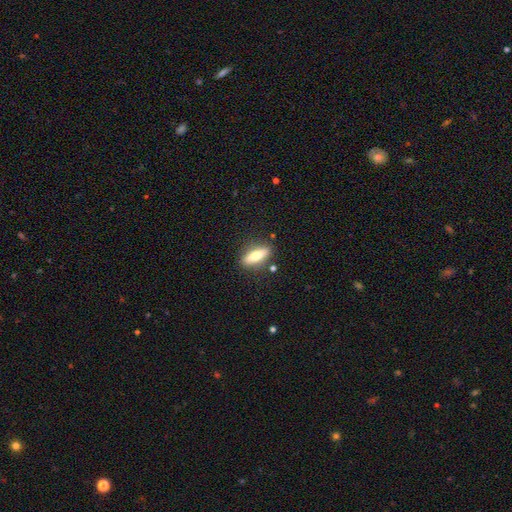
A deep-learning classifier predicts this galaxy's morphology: smooth 54%, featured or disk 39%, star or artifact 7%. Down the decision tree: how rounded — in between (55%); merging — none (85%).